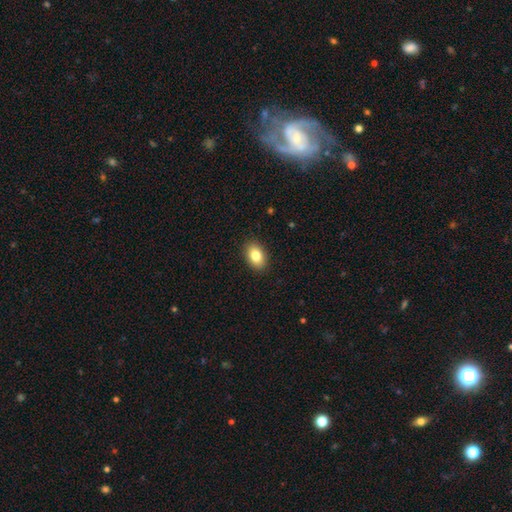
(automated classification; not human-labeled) A smooth galaxy with no disk features (84%) that is in between round and cigar-shaped (85%).

Vote fractions:
- Smooth or featured? smooth: 84% / star or artifact: 8% / featured or disk: 8%
- How rounded? in between: 85% / round: 14% / cigar-shaped: 1%
- Merging? none: 90% / minor disturbance: 8% / major disturbance: 2% / merger: 1%